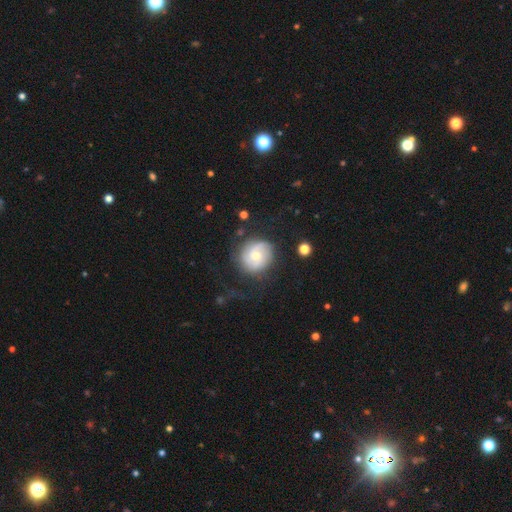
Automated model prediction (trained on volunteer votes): Q: Smooth or featured?
A: featured or disk (66%); runner-up: smooth (27%)
Q: Edge-on disk?
A: no (98%); runner-up: yes (2%)
Q: Bar?
A: no (66%); runner-up: weak (30%)
Q: Spiral arms?
A: yes (91%); runner-up: no (9%)
Q: Spiral winding?
A: tight (45%); runner-up: medium (38%)
Q: Spiral arm count?
A: 2 (51%); runner-up: can't tell (24%)
Q: Bulge size?
A: moderate (53%); runner-up: small (41%)
Q: Merging?
A: none (69%); runner-up: minor disturbance (18%)